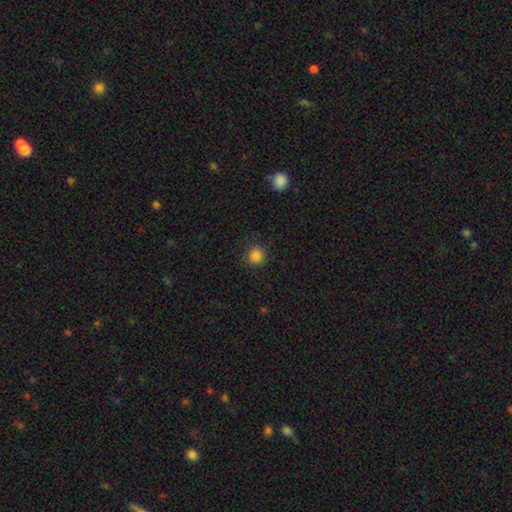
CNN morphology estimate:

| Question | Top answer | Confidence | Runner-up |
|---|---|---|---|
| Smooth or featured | smooth | 85% | star or artifact (12%) |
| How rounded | round | 93% | in between (6%) |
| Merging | none | 88% | minor disturbance (8%) |